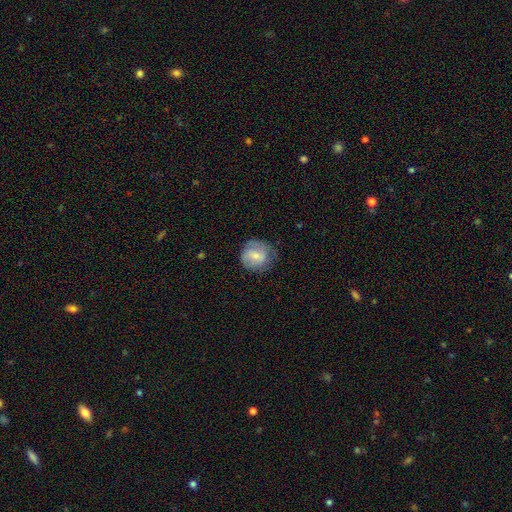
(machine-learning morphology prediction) smooth_or_featured: smooth (p=0.63) [alt: featured or disk p=0.30]
how_rounded: round (p=0.84) [alt: in between p=0.15]
merging: none (p=0.64) [alt: minor disturbance p=0.25]